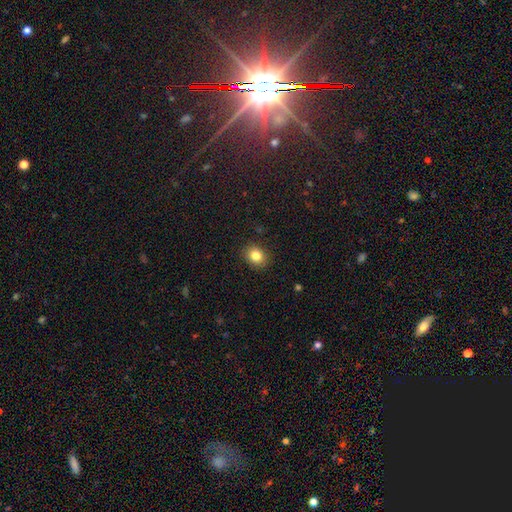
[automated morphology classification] smooth 83%, star or artifact 10%, featured or disk 6%. Down the decision tree: how rounded — round (63%); merging — none (89%).